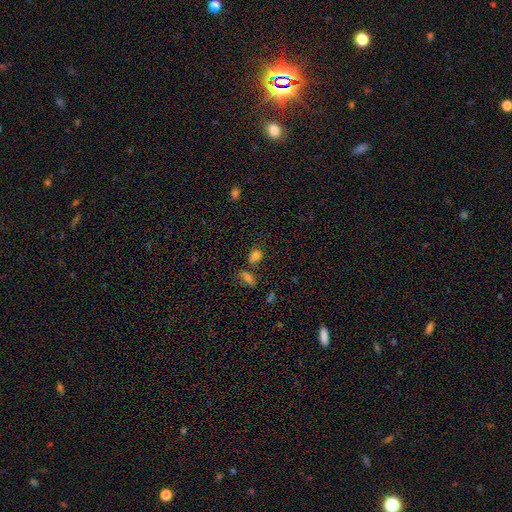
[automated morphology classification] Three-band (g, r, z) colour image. It shows a smooth galaxy with no disk features (76%) that is in between round and cigar-shaped (56%). Merging: none (59%).